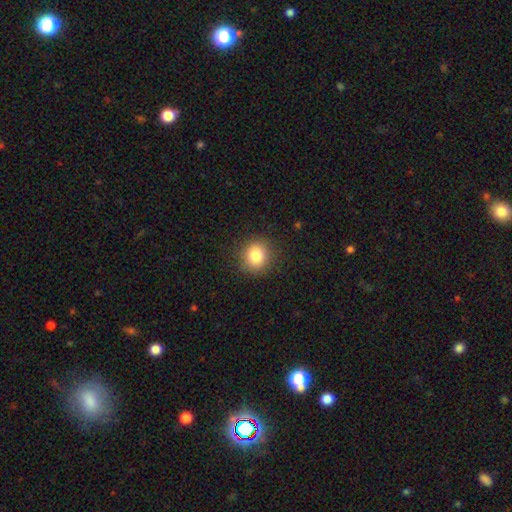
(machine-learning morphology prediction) Smooth or featured? smooth (83%)
How rounded? round (86%)
Merging? none (89%)